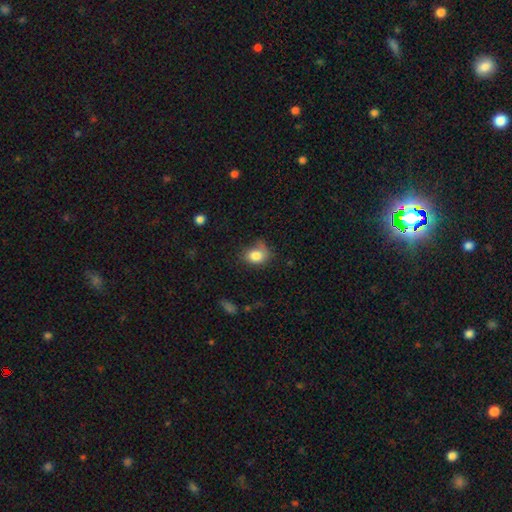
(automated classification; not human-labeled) Smooth or featured? Predicted: smooth (p=0.81). How rounded? Predicted: in between (p=0.55). Merging? Predicted: none (p=0.50).